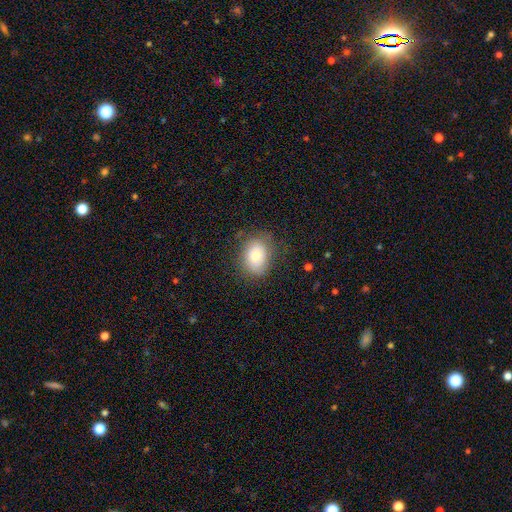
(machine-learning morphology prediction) Smooth or featured: smooth — 76% (featured or disk — 16%)
How rounded: in between — 68% (round — 31%)
Merging: none — 75% (minor disturbance — 18%)